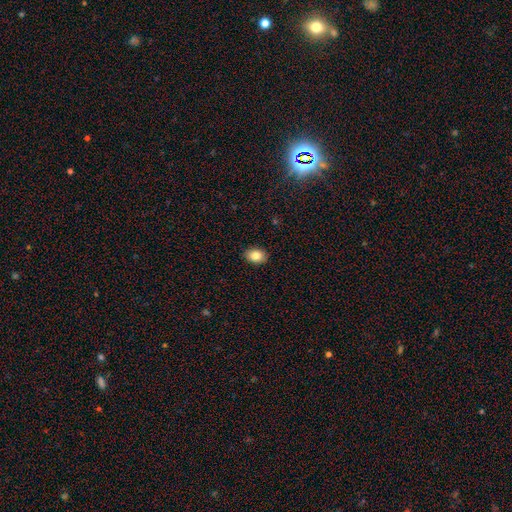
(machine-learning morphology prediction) smooth_or_featured: smooth (p=0.83) [alt: featured or disk p=0.08]
how_rounded: in between (p=0.77) [alt: round p=0.22]
merging: none (p=0.90) [alt: minor disturbance p=0.08]